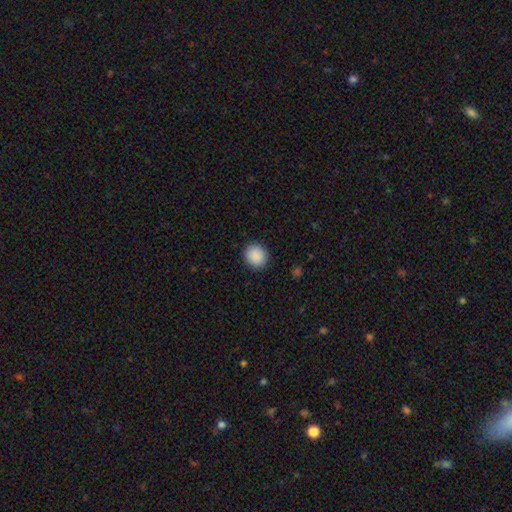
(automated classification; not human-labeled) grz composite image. It shows a smooth galaxy with no disk features (90%) that is round (81%). Merging: none (91%).